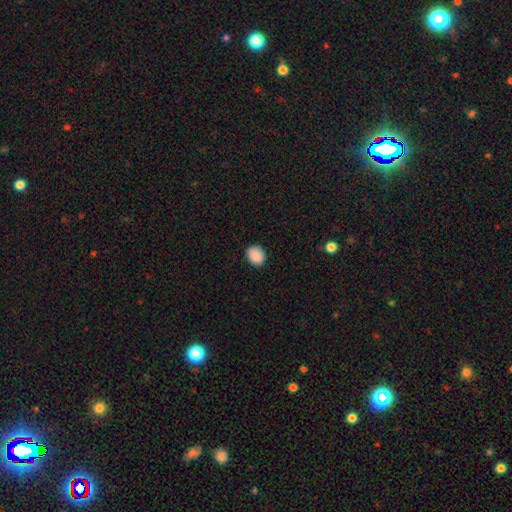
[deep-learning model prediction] Smooth or featured: smooth — 89% (star or artifact — 8%)
How rounded: in between — 53% (round — 46%)
Merging: none — 86% (minor disturbance — 11%)